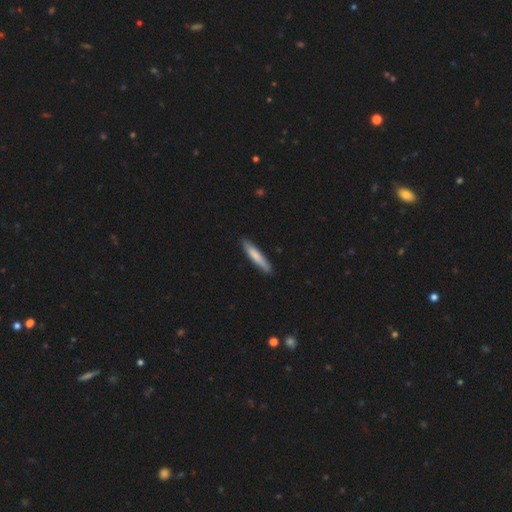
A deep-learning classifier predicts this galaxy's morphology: This is likely a smooth galaxy (74%). How rounded: clearly cigar-shaped (91%). Merging: clearly none (86%).